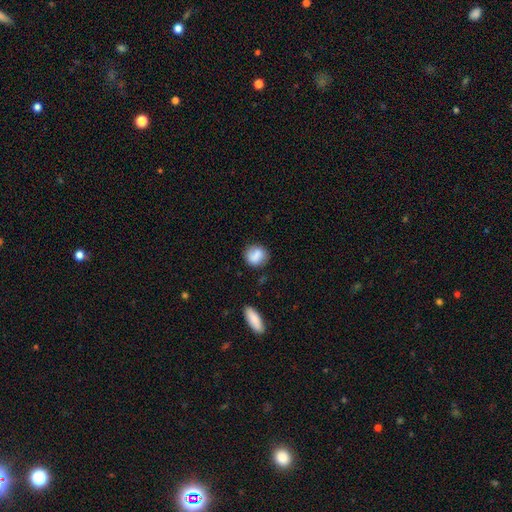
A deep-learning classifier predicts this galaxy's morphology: This is likely a smooth galaxy (79%). How rounded: likely round (70%). Merging: likely none (69%).